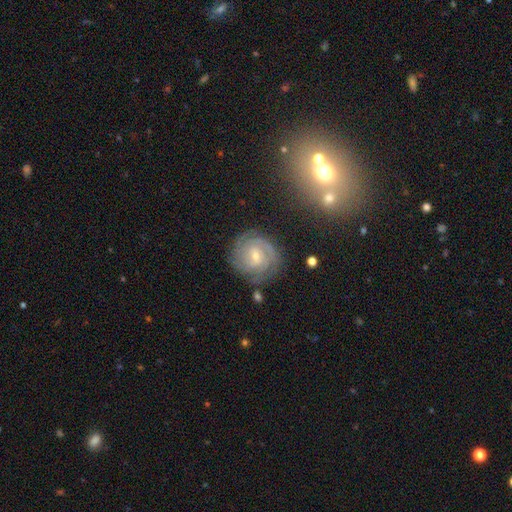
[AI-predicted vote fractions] smooth-or-featured: featured or disk: 82% | smooth: 10% | star or artifact: 8%
  disk-edge-on: no: 97% | yes: 3%
    bar: weak: 48% | no: 40% | strong: 12%
    has-spiral-arms: yes: 97% | no: 3%
      spiral-winding: tight: 73% | medium: 23% | loose: 4%
      spiral-arm-count: 2: 39% | 3: 24% | can't tell: 21% | 4: 7% | 1: 4% | more than 4: 4%
    bulge-size: small: 64% | moderate: 32% | none: 2% | large: 1% | dominant: 1%
  merging: none: 79% | minor disturbance: 13% | major disturbance: 4% | merger: 3%